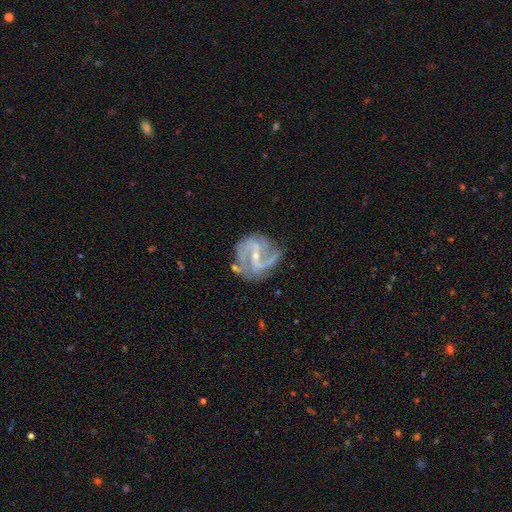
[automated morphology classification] Q: Smooth or featured?
A: featured or disk (89%); runner-up: star or artifact (6%)
Q: Edge-on disk?
A: no (98%); runner-up: yes (2%)
Q: Bar?
A: weak (46%); runner-up: strong (33%)
Q: Spiral arms?
A: yes (96%); runner-up: no (4%)
Q: Spiral winding?
A: medium (52%); runner-up: loose (28%)
Q: Spiral arm count?
A: 2 (67%); runner-up: 3 (15%)
Q: Bulge size?
A: small (72%); runner-up: moderate (24%)
Q: Merging?
A: none (63%); runner-up: minor disturbance (22%)